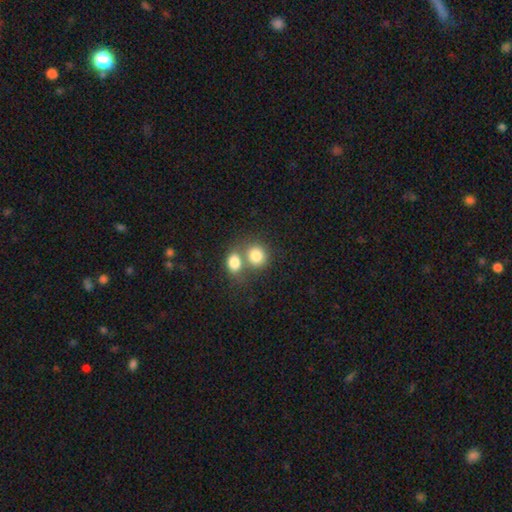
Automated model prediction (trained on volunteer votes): Overall: smooth (81%). How rounded: round (73%). Merging: merger (51%; none 38%).